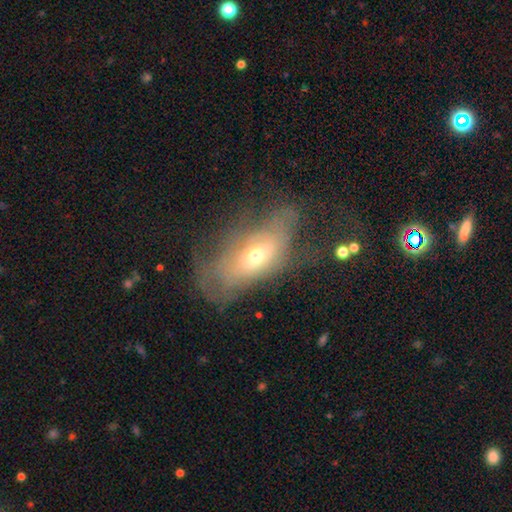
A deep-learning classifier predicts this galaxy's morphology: featured or disk 46%, smooth 43%, star or artifact 10%. Down the decision tree: merging — major disturbance (39%).